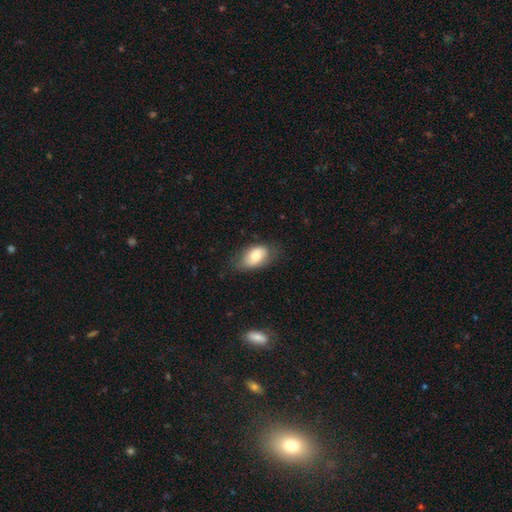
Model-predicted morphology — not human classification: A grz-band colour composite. It shows a smooth galaxy with no disk features (75%) that is in between round and cigar-shaped (92%). Merging: none (71%).